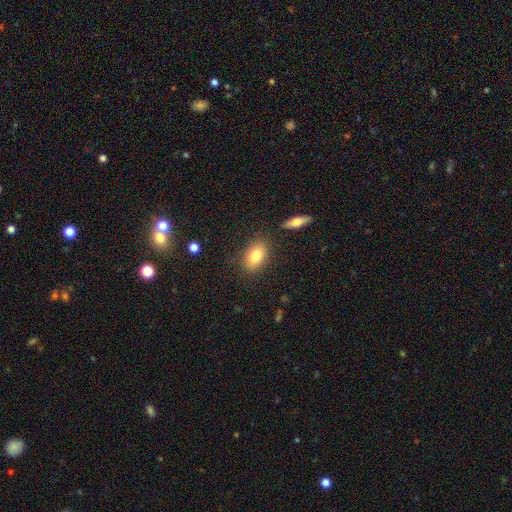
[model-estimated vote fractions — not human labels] Q: Smooth or featured?
A: smooth (80%); runner-up: featured or disk (12%)
Q: How rounded?
A: in between (87%); runner-up: round (10%)
Q: Merging?
A: none (80%); runner-up: minor disturbance (12%)